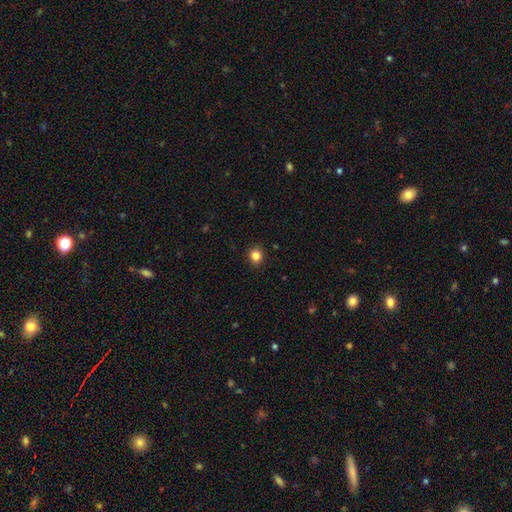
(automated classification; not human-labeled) Q: Smooth or featured?
A: smooth (84%); runner-up: star or artifact (12%)
Q: How rounded?
A: round (85%); runner-up: in between (14%)
Q: Merging?
A: none (92%); runner-up: minor disturbance (6%)